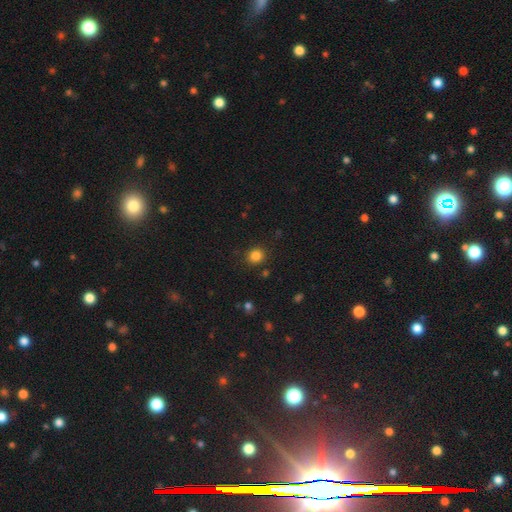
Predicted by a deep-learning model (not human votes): Q: Smooth or featured?
A: smooth (84%); runner-up: star or artifact (12%)
Q: How rounded?
A: round (85%); runner-up: in between (14%)
Q: Merging?
A: none (88%); runner-up: minor disturbance (8%)